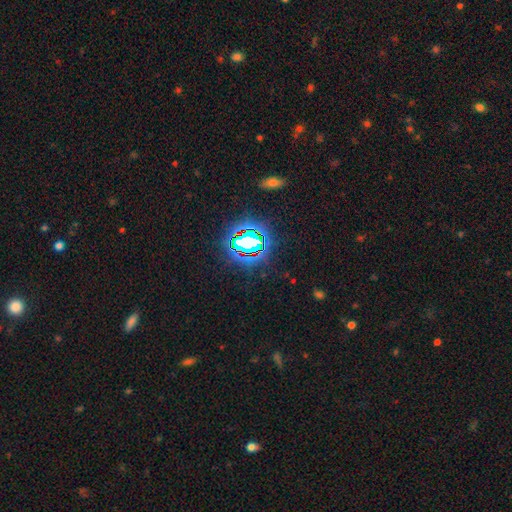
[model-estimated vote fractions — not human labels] smooth-or-featured: star or artifact: 81% | smooth: 12% | featured or disk: 7%